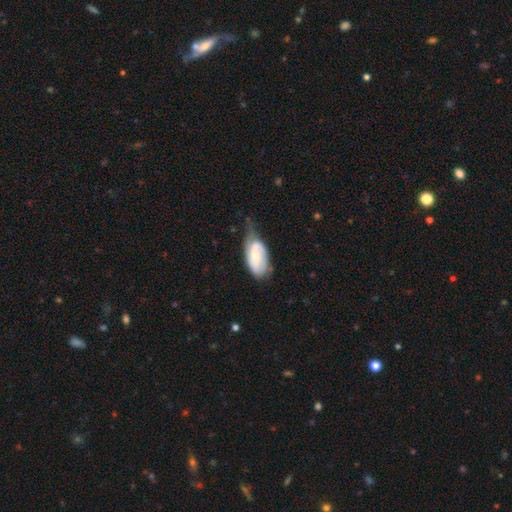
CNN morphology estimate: smooth-or-featured: featured or disk: 49% | smooth: 45% | star or artifact: 6%
  merging: minor disturbance: 42% | none: 36% | major disturbance: 19% | merger: 3%